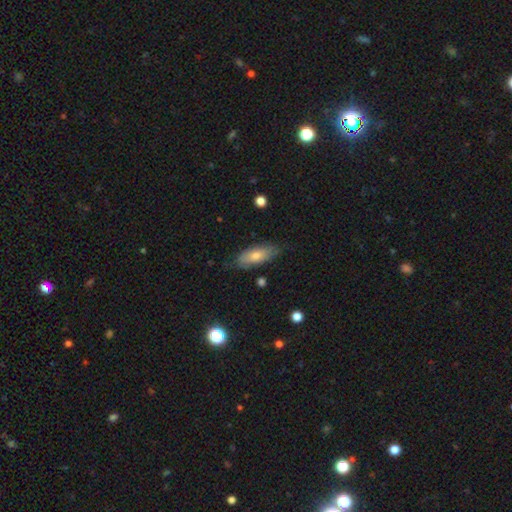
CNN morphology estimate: The model was most divided on "smooth or featured": smooth: 65%, featured or disk: 28%, star or artifact: 7%. More confident: merging — none (77%); how rounded — in between (74%).